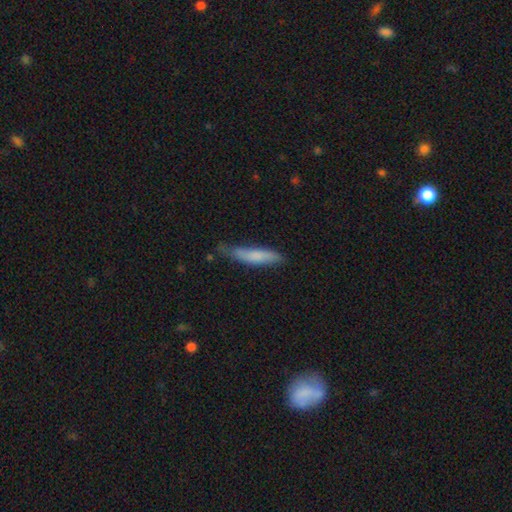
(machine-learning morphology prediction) This appears to be a smooth galaxy with no disk features (76%) that is cigar-shaped (84%). Merging: none (56%).